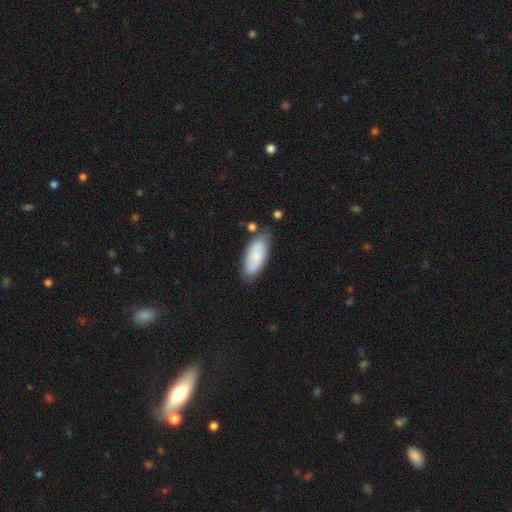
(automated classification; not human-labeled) A smooth galaxy with no disk features (68%) that is in between round and cigar-shaped (82%).

Vote fractions:
- Smooth or featured? smooth: 68% / featured or disk: 25% / star or artifact: 6%
- How rounded? in between: 82% / cigar-shaped: 16% / round: 2%
- Merging? none: 70% / minor disturbance: 20% / merger: 6% / major disturbance: 4%